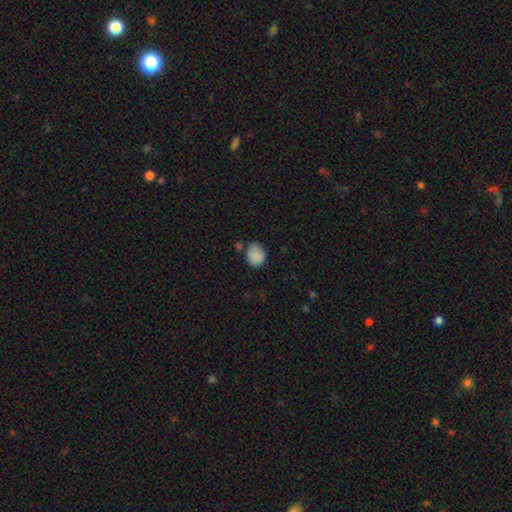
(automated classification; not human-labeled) smooth_or_featured: smooth (p=0.86) [alt: star or artifact p=0.09]
how_rounded: round (p=0.56) [alt: in between p=0.43]
merging: none (p=0.65) [alt: minor disturbance p=0.22]